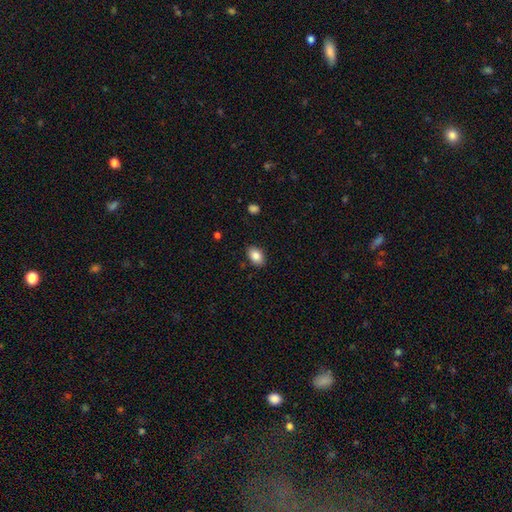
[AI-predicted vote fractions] This is clearly a smooth galaxy (86%). How rounded: clearly in between (87%). Merging: clearly none (87%).